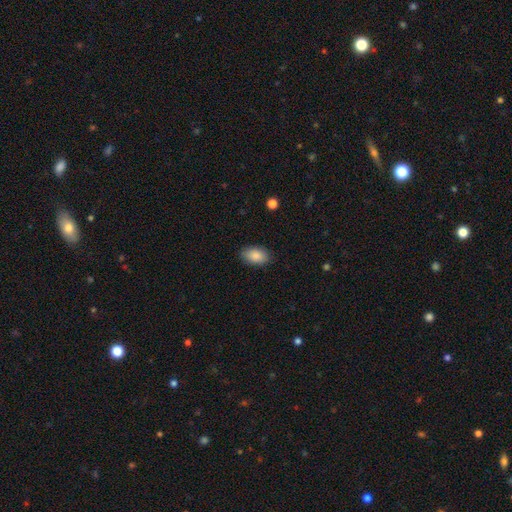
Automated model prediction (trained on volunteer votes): smooth 88%, star or artifact 7%, featured or disk 5%. Down the decision tree: how rounded — in between (92%); merging — none (86%).